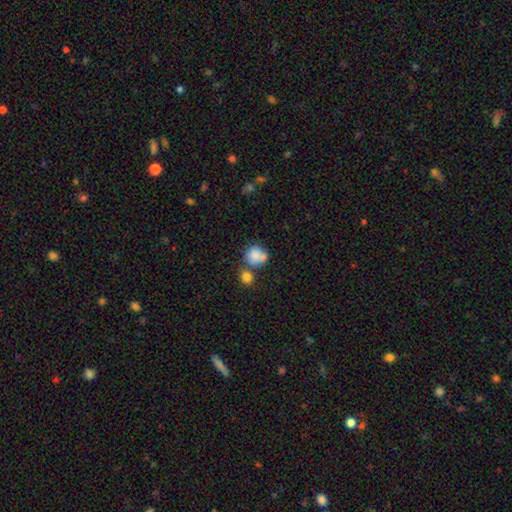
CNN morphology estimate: smooth-or-featured: smooth: 82% | featured or disk: 9% | star or artifact: 9%
  how-rounded: round: 82% | in between: 17% | cigar-shaped: 1%
  merging: none: 46% | merger: 33% | minor disturbance: 15% | major disturbance: 6%